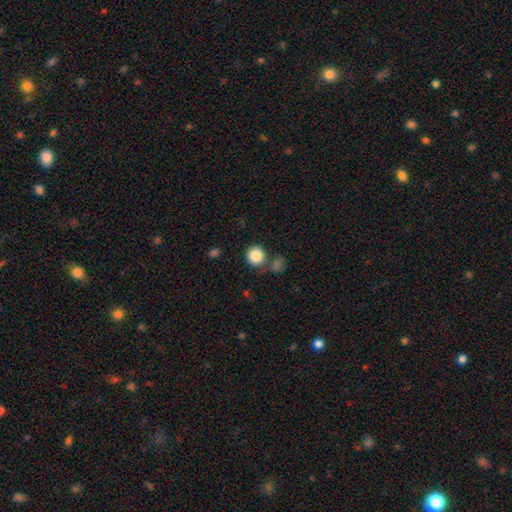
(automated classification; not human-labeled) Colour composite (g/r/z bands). It shows a smooth galaxy with no disk features (86%) that is round (91%). Merging: none (73%).